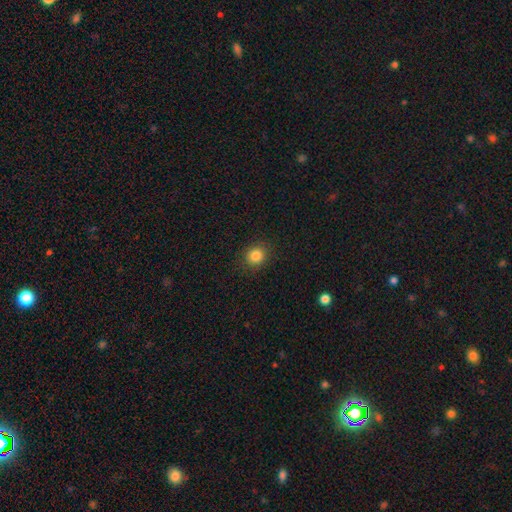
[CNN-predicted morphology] smooth 84%, star or artifact 11%, featured or disk 5%. Down the decision tree: how rounded — round (81%); merging — none (89%).